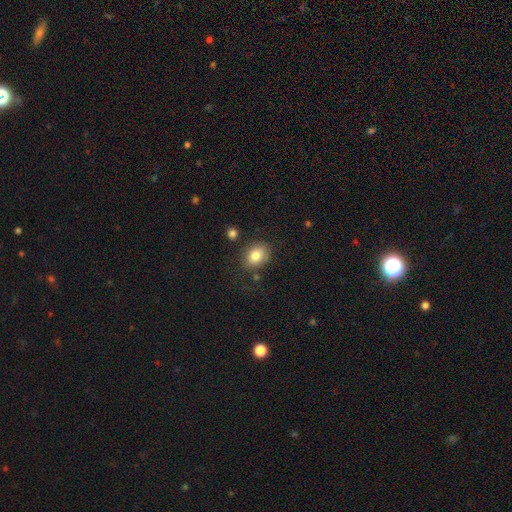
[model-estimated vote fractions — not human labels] Morphology: type=smooth (82%); roundness=in between (64%); merging=none (74%).